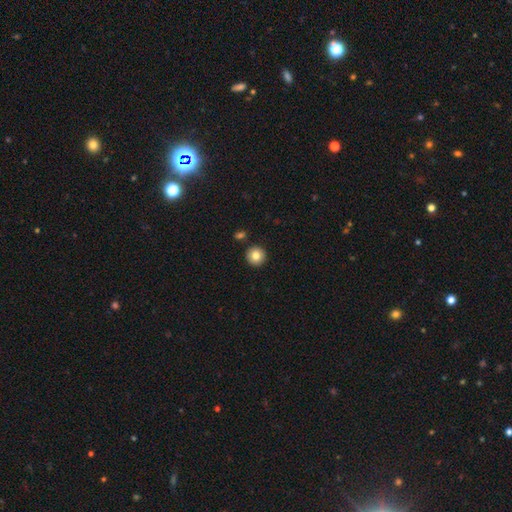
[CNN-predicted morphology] This appears to be a smooth galaxy with no disk features (82%) that is round (96%). Merging: none (91%).